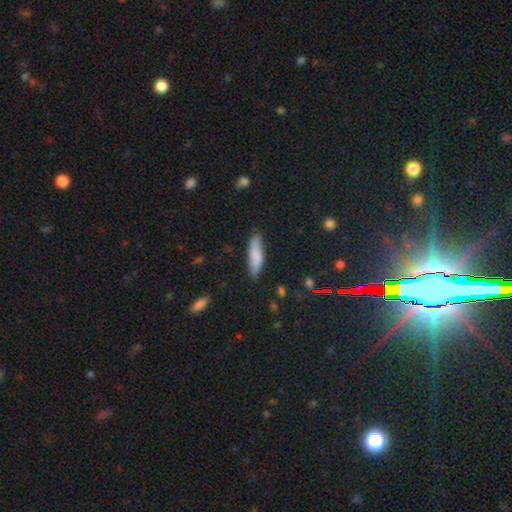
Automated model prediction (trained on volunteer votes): The model was most divided on "how rounded": cigar-shaped: 64%, in between: 34%, round: 2%. More confident: merging — none (78%); smooth or featured — smooth (77%).